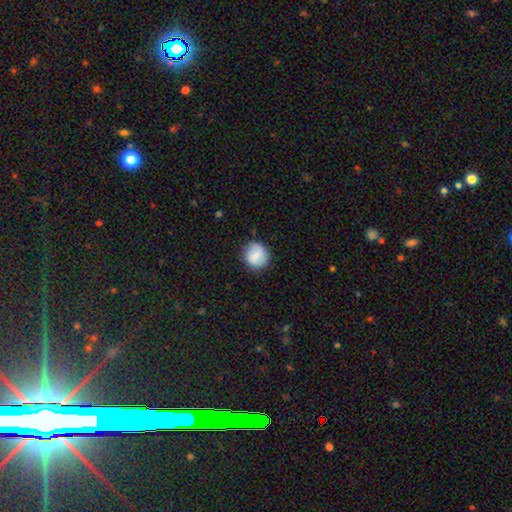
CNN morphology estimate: Smooth or featured?
  - smooth: 74% *
  - featured or disk: 19%
  - star or artifact: 7%
How rounded?
  - round: 89% *
  - in between: 10%
  - cigar-shaped: 1%
Merging?
  - none: 83% *
  - minor disturbance: 13%
  - major disturbance: 3%
  - merger: 1%